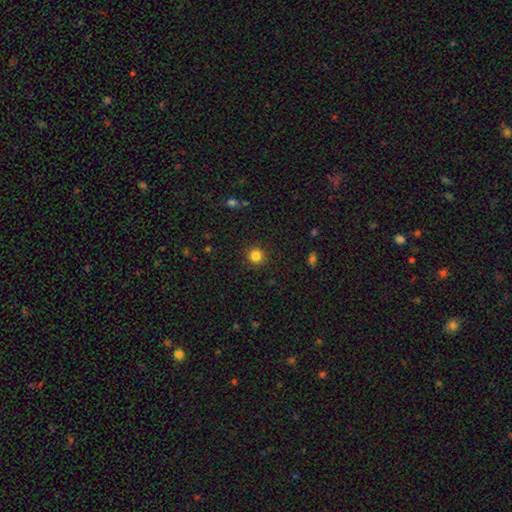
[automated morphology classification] Smooth or featured: smooth — 83% (star or artifact — 12%)
How rounded: round — 94% (in between — 5%)
Merging: none — 92% (minor disturbance — 5%)